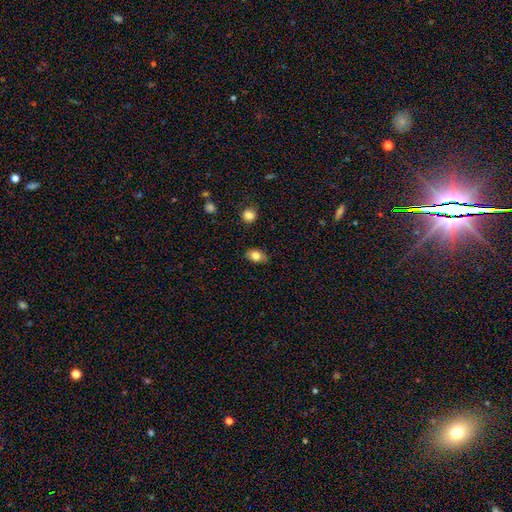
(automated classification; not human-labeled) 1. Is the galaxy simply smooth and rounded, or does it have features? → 82% smooth, 10% featured or disk, 8% star or artifact.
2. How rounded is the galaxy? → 86% in between, 12% round, 2% cigar-shaped.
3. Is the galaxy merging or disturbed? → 84% none, 12% minor disturbance, 2% major disturbance, 1% merger.